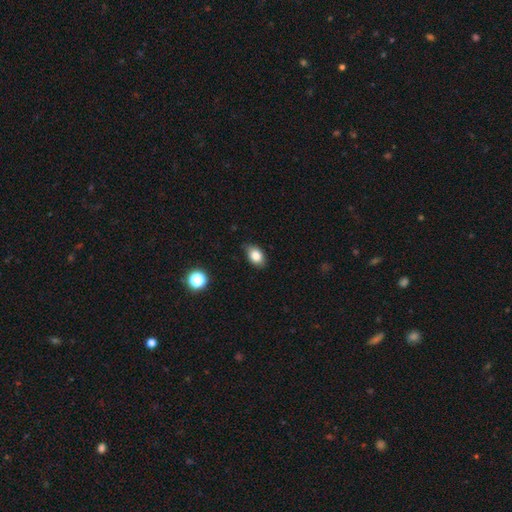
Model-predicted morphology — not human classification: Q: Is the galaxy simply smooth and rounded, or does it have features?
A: smooth — 83%.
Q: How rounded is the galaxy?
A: in between — 84%.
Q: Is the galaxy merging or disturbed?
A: none — 81%.